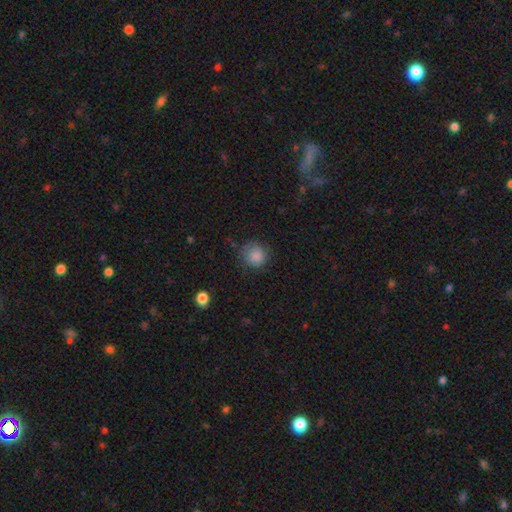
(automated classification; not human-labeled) Smooth or featured? Predicted: smooth (p=0.85). How rounded? Predicted: round (p=0.89). Merging? Predicted: none (p=0.71).